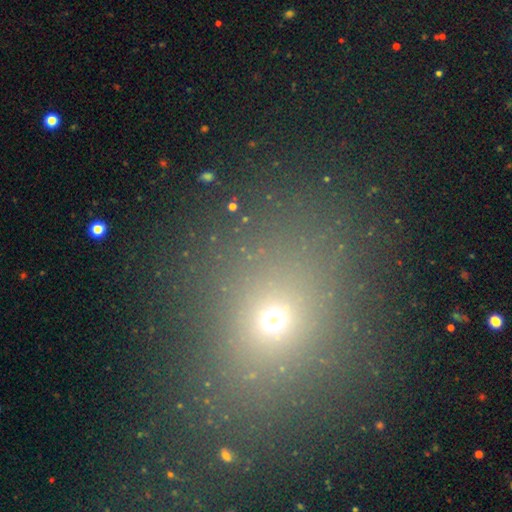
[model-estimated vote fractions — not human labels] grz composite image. It shows a smooth galaxy with no disk features (54%) that is round (61%). Merging: none (76%).